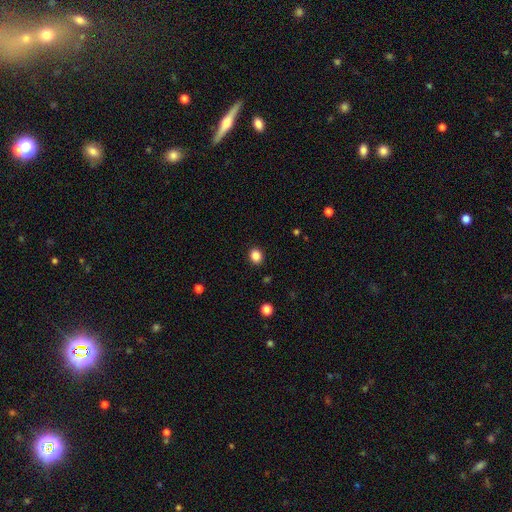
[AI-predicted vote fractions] smooth_or_featured: smooth (p=0.86) [alt: star or artifact p=0.11]
how_rounded: round (p=0.66) [alt: in between p=0.33]
merging: none (p=0.90) [alt: minor disturbance p=0.07]